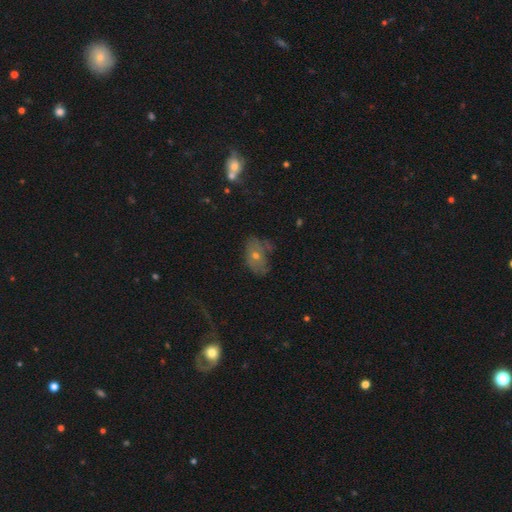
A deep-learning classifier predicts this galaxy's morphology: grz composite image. It shows a featured or disk galaxy (44%). Merging: none (43%).